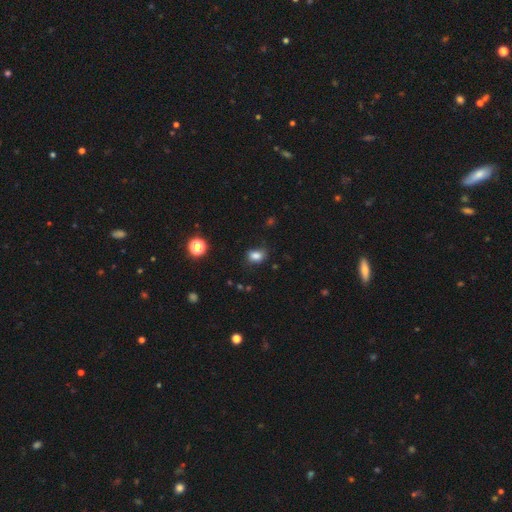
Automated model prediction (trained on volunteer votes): Smooth or featured: smooth — 82% (star or artifact — 13%)
How rounded: in between — 64% (round — 35%)
Merging: none — 72% (minor disturbance — 21%)